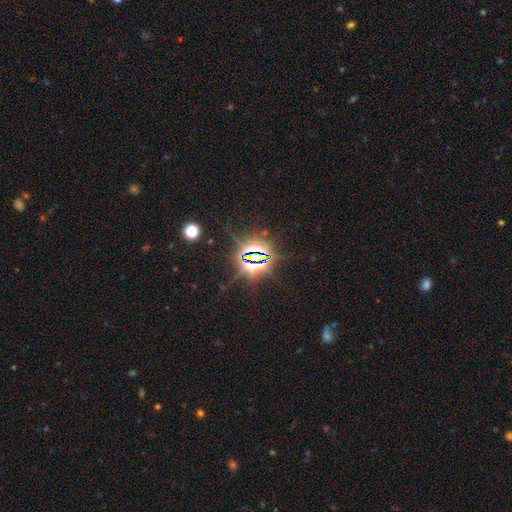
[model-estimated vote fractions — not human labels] This appears to be a star or artifact, not a galaxy (83%).